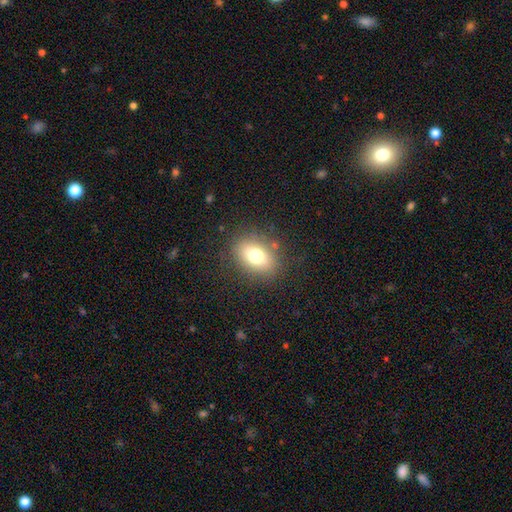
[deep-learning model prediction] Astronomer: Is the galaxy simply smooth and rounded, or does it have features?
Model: smooth — 73%.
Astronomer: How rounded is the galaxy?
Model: in between — 70%.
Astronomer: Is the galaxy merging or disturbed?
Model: none — 81%.